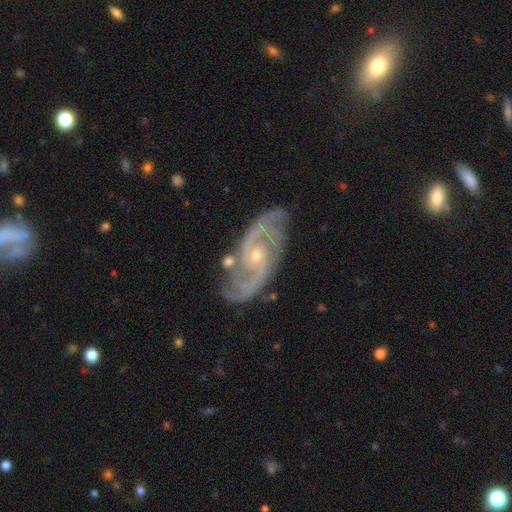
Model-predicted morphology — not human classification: smooth_or_featured: featured or disk (p=0.92) [alt: star or artifact p=0.05]
disk_edge_on: no (p=0.96) [alt: yes p=0.04]
bar: no (p=0.62) [alt: weak p=0.29]
has_spiral_arms: yes (p=0.98) [alt: no p=0.02]
spiral_winding: medium (p=0.51) [alt: tight p=0.38]
spiral_arm_count: 2 (p=0.69) [alt: 3 p=0.13]
bulge_size: small (p=0.72) [alt: moderate p=0.25]
merging: none (p=0.73) [alt: minor disturbance p=0.18]